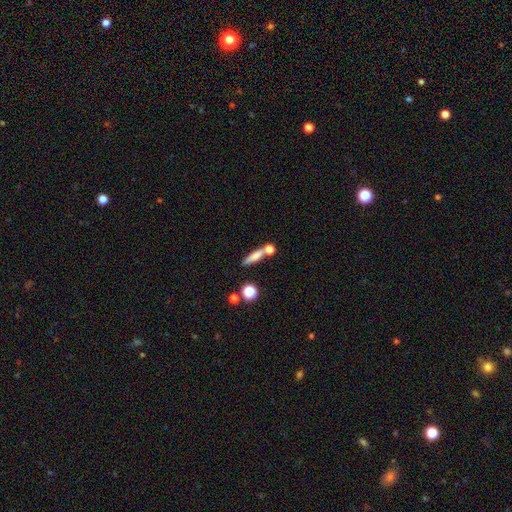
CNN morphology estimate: smooth-or-featured: smooth: 69% | featured or disk: 21% | star or artifact: 10%
  how-rounded: cigar-shaped: 66% | in between: 26% | round: 8%
  merging: none: 58% | merger: 24% | minor disturbance: 12% | major disturbance: 5%